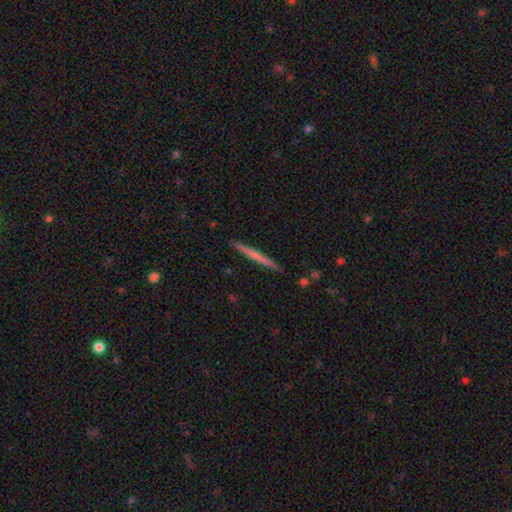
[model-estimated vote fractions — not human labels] Morphology: type=smooth (52%); roundness=cigar-shaped (97%); merging=none (91%).